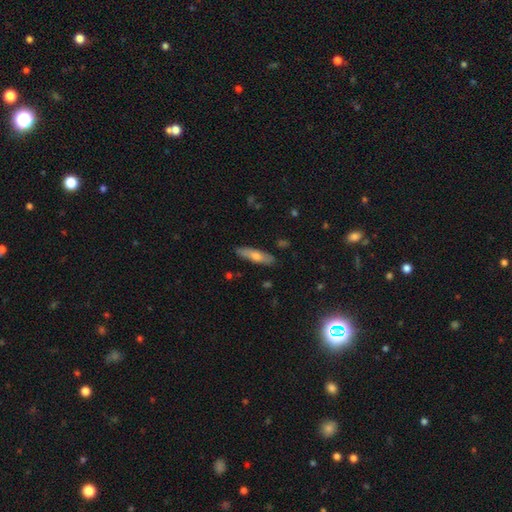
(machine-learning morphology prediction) Smooth or featured?
  - smooth: 56% *
  - featured or disk: 37%
  - star or artifact: 7%
How rounded?
  - cigar-shaped: 72% *
  - in between: 26%
  - round: 2%
Merging?
  - none: 86% *
  - minor disturbance: 11%
  - major disturbance: 2%
  - merger: 1%